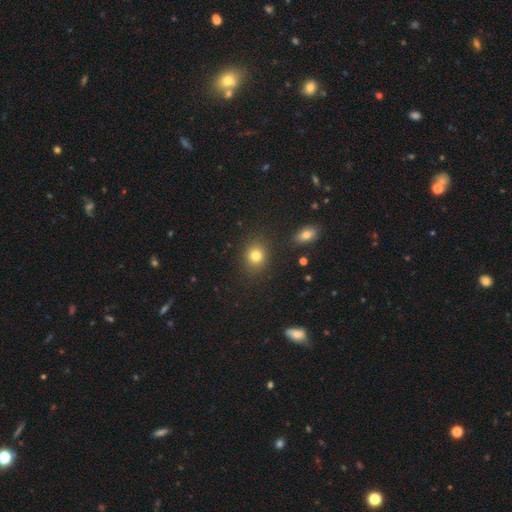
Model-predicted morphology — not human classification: The model was most divided on "how rounded": round: 68%, in between: 31%, cigar-shaped: 1%. More confident: merging — none (85%); smooth or featured — smooth (80%).